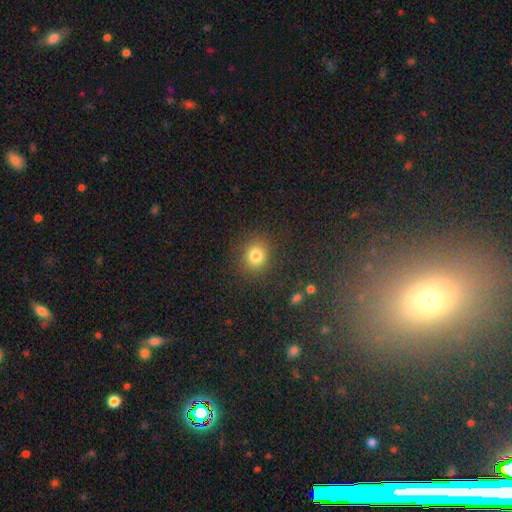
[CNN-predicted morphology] Q: Smooth or featured?
A: smooth (81%); runner-up: star or artifact (13%)
Q: How rounded?
A: round (81%); runner-up: in between (18%)
Q: Merging?
A: none (86%); runner-up: minor disturbance (8%)